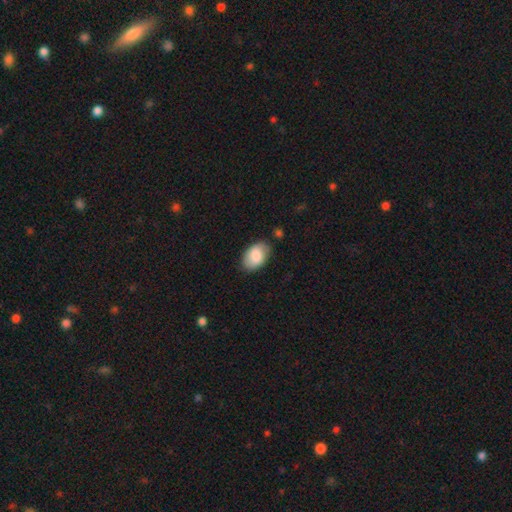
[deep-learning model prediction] Smooth or featured: smooth — 81% (featured or disk — 13%)
How rounded: in between — 91% (round — 8%)
Merging: none — 78% (minor disturbance — 16%)